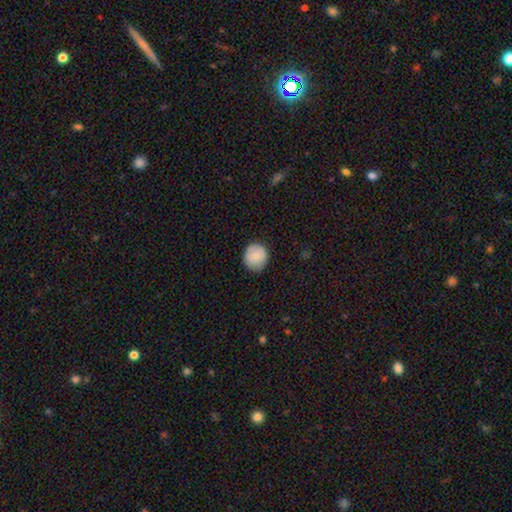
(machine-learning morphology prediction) The model was most divided on "smooth or featured": smooth: 81%, featured or disk: 12%, star or artifact: 7%. More confident: how rounded — round (88%); merging — none (84%).